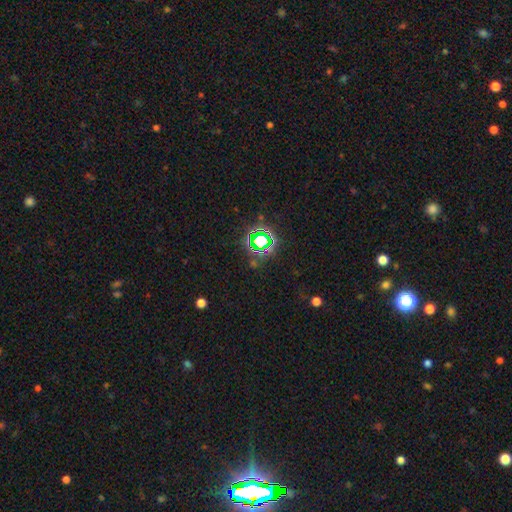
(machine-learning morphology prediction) smooth-or-featured: star or artifact: 79% | smooth: 15% | featured or disk: 7%